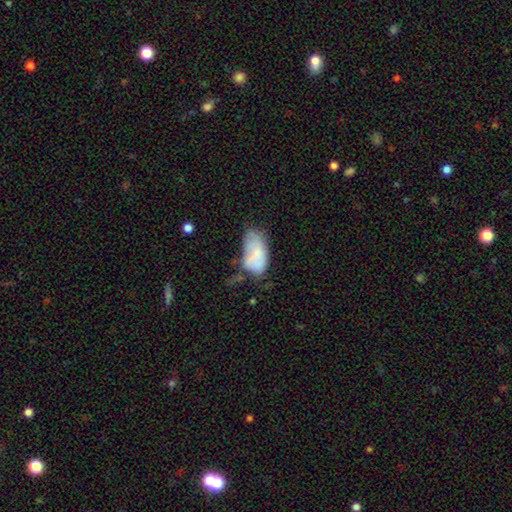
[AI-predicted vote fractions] The model was most divided on "merging": minor disturbance: 34%, none: 30%, major disturbance: 22%, merger: 14%. More confident: how rounded — in between (94%); smooth or featured — smooth (68%).